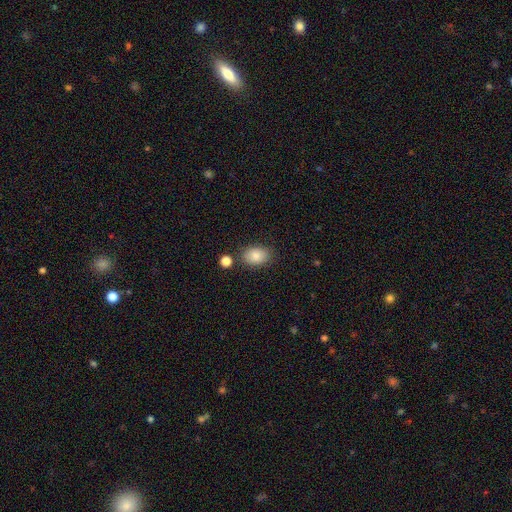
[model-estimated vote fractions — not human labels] Morphology: type=smooth (84%); roundness=in between (76%); merging=none (79%).